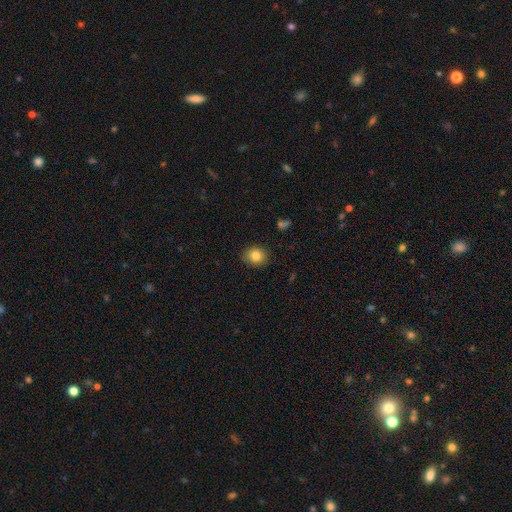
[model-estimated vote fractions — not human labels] Smooth or featured? Predicted: smooth (p=0.83). How rounded? Predicted: round (p=0.68). Merging? Predicted: none (p=0.87).